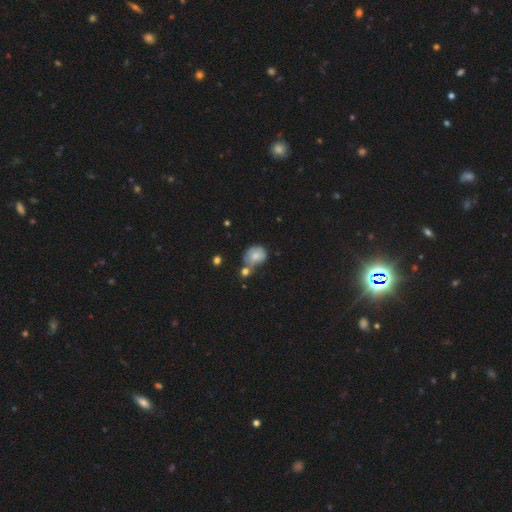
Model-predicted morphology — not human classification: type=smooth (72%); roundness=round (57%); merging=none (37%).